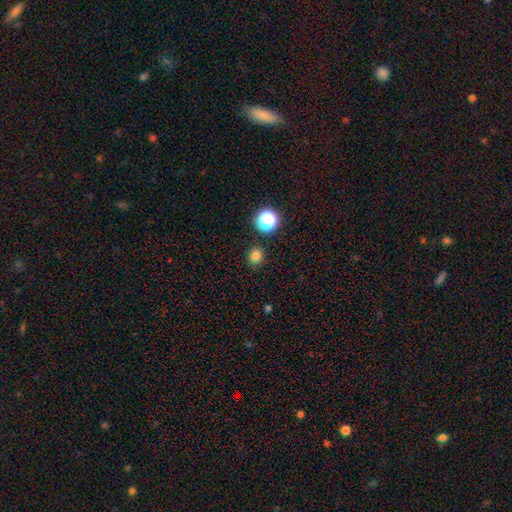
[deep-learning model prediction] Q: Smooth or featured?
A: smooth (79%); runner-up: star or artifact (17%)
Q: How rounded?
A: round (91%); runner-up: in between (8%)
Q: Merging?
A: none (90%); runner-up: minor disturbance (6%)